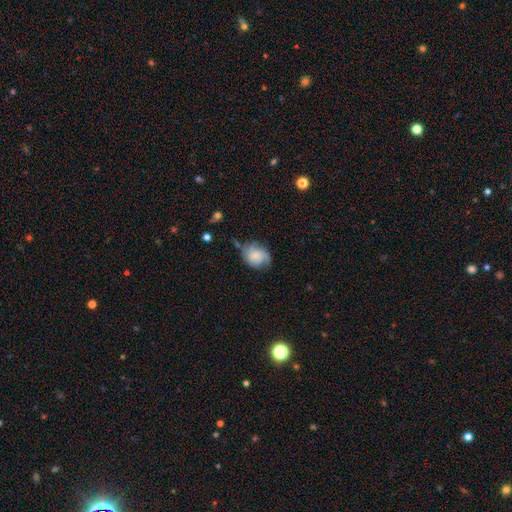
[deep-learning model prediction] Smooth or featured: featured or disk — 50% (smooth — 41%)
Edge-on disk: no — 97% (yes — 3%)
Merging: none — 51% (minor disturbance — 31%)